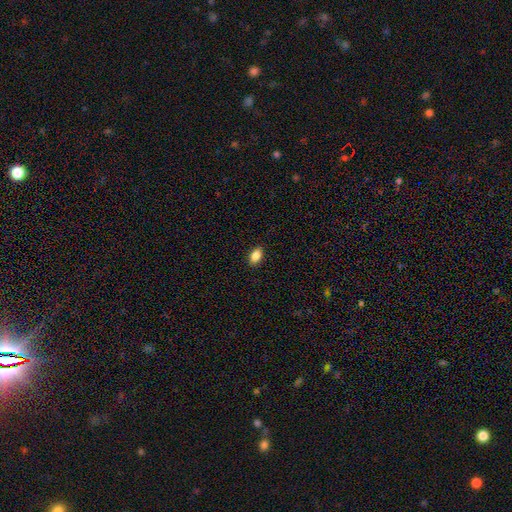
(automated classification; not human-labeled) Q: Smooth or featured?
A: smooth (87%); runner-up: star or artifact (8%)
Q: How rounded?
A: in between (89%); runner-up: round (9%)
Q: Merging?
A: none (89%); runner-up: minor disturbance (8%)